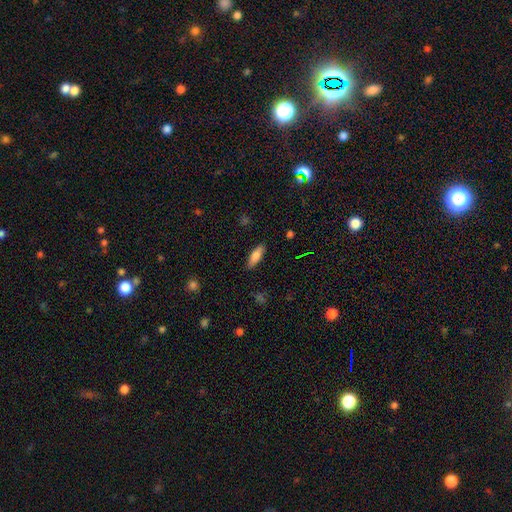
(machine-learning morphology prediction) Overall: smooth (75%). How rounded: in between (58%; cigar-shaped 40%). Merging: none (87%).